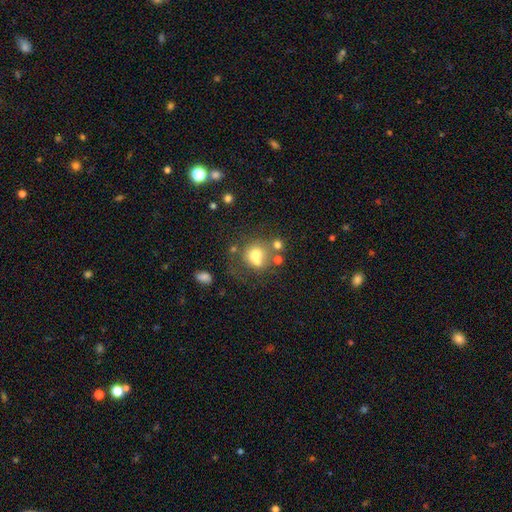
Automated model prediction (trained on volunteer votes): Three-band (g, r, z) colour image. It shows a smooth galaxy with no disk features (64%) that is round (77%). Merging: merger (37%).